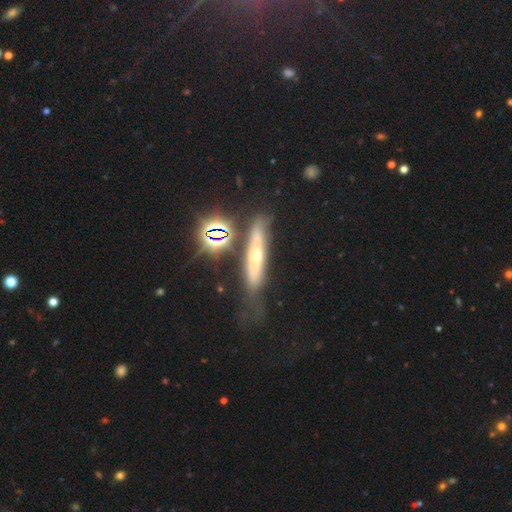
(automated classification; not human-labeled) Smooth or featured?
  - featured or disk: 52% *
  - smooth: 32%
  - star or artifact: 16%
Edge-on disk?
  - yes: 71% *
  - no: 29%
Merging?
  - none: 58% *
  - minor disturbance: 22%
  - major disturbance: 12%
  - merger: 7%